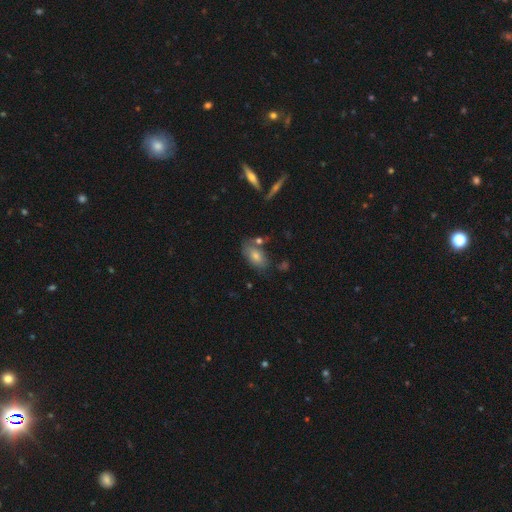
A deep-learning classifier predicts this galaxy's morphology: smooth-or-featured: smooth: 74% | featured or disk: 18% | star or artifact: 8%
  how-rounded: in between: 91% | round: 5% | cigar-shaped: 4%
  merging: none: 62% | minor disturbance: 19% | merger: 12% | major disturbance: 6%